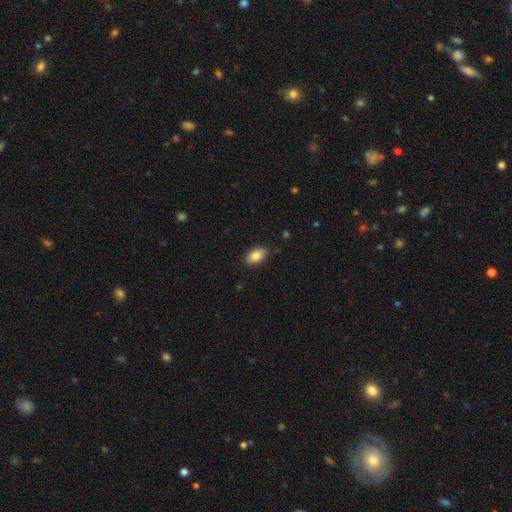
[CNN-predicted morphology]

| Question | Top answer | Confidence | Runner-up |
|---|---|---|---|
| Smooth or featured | smooth | 84% | featured or disk (9%) |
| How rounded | in between | 92% | round (5%) |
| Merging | none | 85% | minor disturbance (12%) |